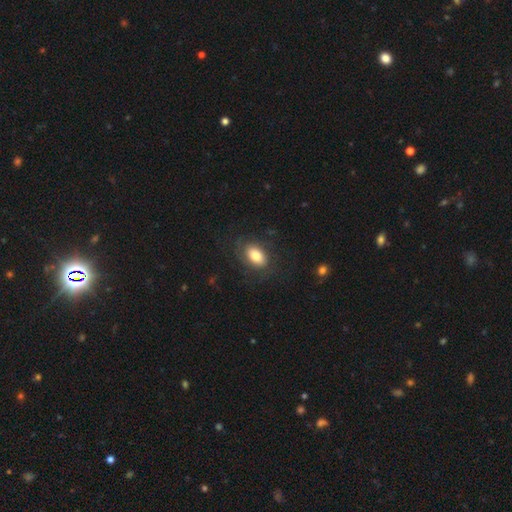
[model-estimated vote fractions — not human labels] The model was most divided on "smooth or featured": smooth: 72%, featured or disk: 21%, star or artifact: 7%. More confident: how rounded — in between (89%); merging — none (74%).